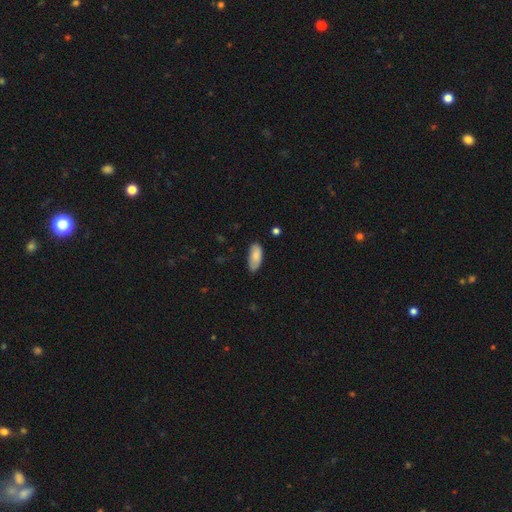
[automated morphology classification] A smooth galaxy with no disk features (82%) that is in between round and cigar-shaped (88%). Merging: none (72%).